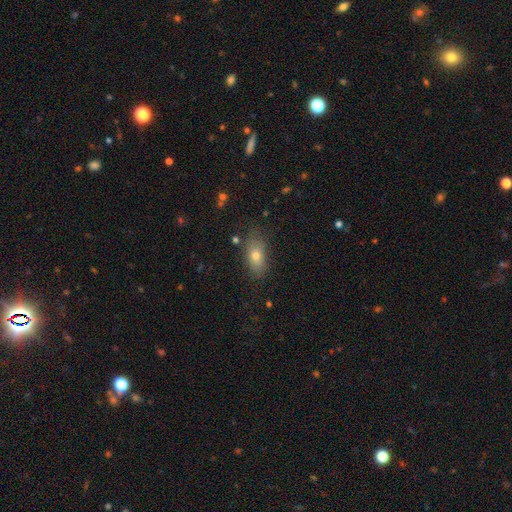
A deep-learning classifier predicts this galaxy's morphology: smooth-or-featured: smooth: 73% | featured or disk: 16% | star or artifact: 10%
  how-rounded: in between: 83% | cigar-shaped: 9% | round: 8%
  merging: none: 78% | minor disturbance: 16% | major disturbance: 4% | merger: 2%